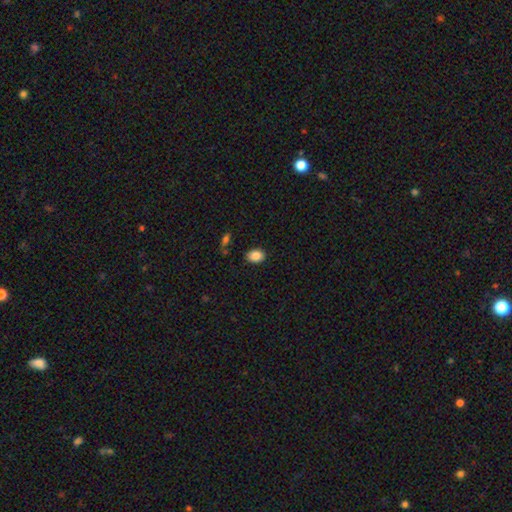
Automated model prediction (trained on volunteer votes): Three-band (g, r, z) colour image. It shows a smooth galaxy with no disk features (87%) that is in between round and cigar-shaped (73%). Merging: none (86%).